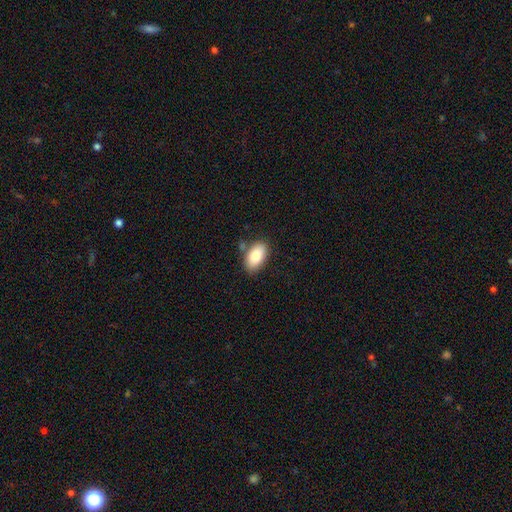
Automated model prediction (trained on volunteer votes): smooth-or-featured: smooth: 86% | featured or disk: 7% | star or artifact: 7%
  how-rounded: in between: 94% | round: 5% | cigar-shaped: 2%
  merging: none: 77% | minor disturbance: 15% | merger: 5% | major disturbance: 3%